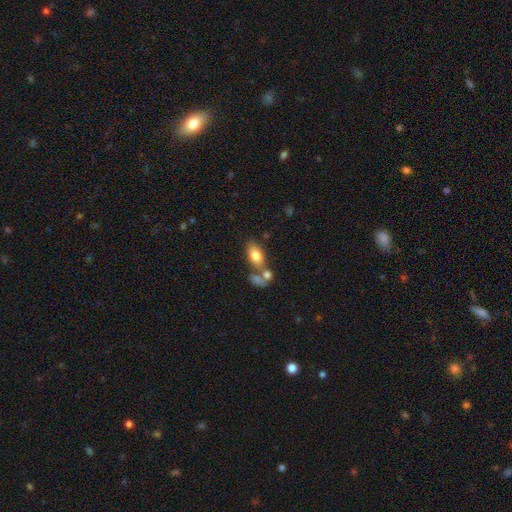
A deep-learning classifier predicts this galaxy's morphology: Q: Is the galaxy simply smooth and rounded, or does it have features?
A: smooth — 77%.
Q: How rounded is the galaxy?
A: in between — 90%.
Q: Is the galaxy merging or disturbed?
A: none — 49%.